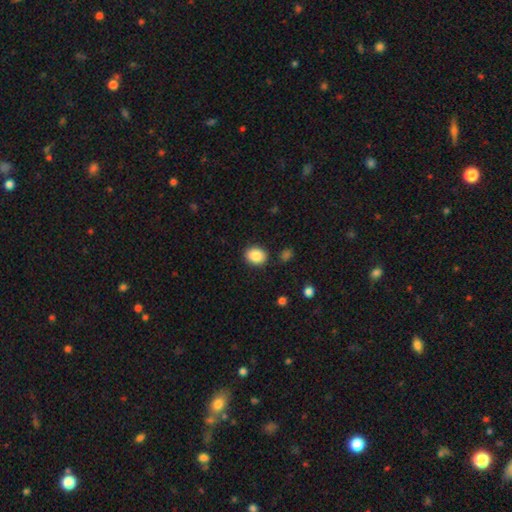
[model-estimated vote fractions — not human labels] Smooth or featured: smooth — 88% (star or artifact — 8%)
How rounded: round — 52% (in between — 47%)
Merging: none — 88% (minor disturbance — 8%)